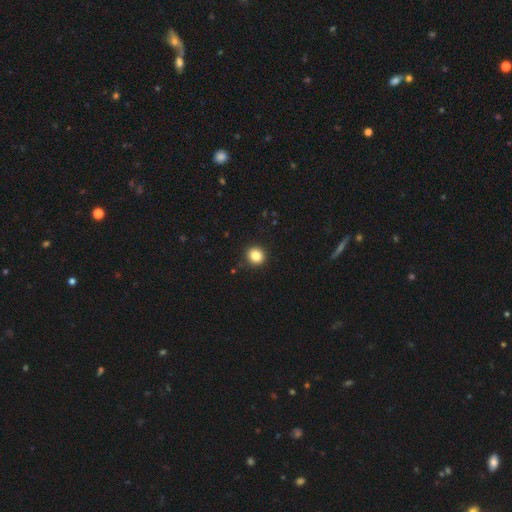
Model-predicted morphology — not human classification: type=smooth (84%); roundness=round (86%); merging=none (90%).